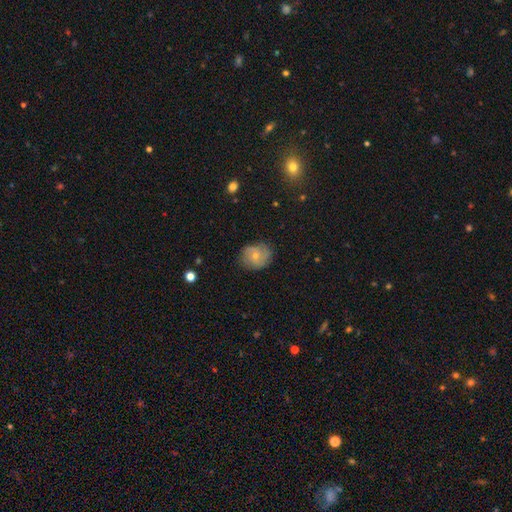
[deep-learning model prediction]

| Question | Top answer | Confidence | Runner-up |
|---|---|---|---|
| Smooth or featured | smooth | 47% | featured or disk (44%) |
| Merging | none | 71% | minor disturbance (22%) |